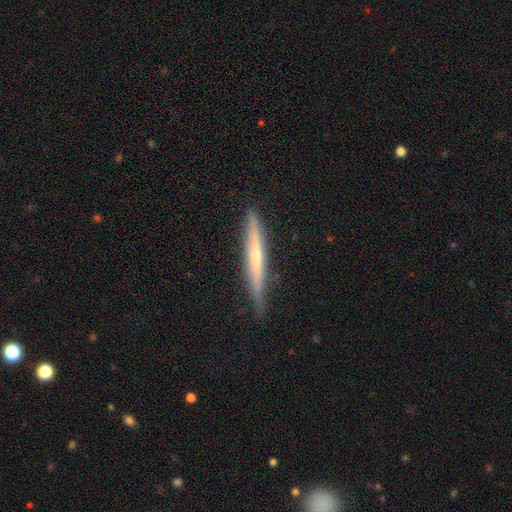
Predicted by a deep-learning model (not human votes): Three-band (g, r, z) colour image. It shows a featured or disk galaxy (58%) viewed edge-on (96%) with a rounded central bulge (48%). Merging: none (84%).